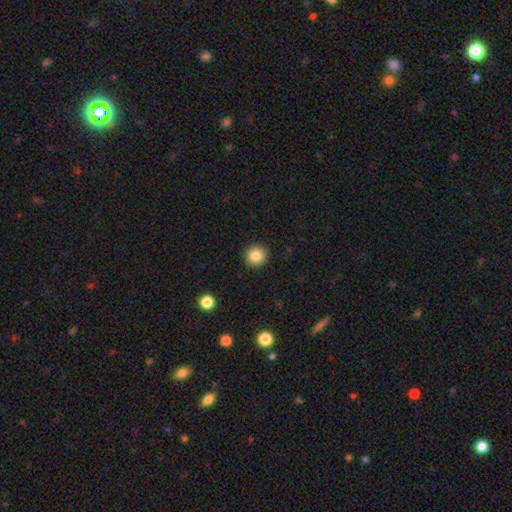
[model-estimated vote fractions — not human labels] Smooth or featured? Predicted: smooth (p=0.85). How rounded? Predicted: round (p=0.93). Merging? Predicted: none (p=0.92).